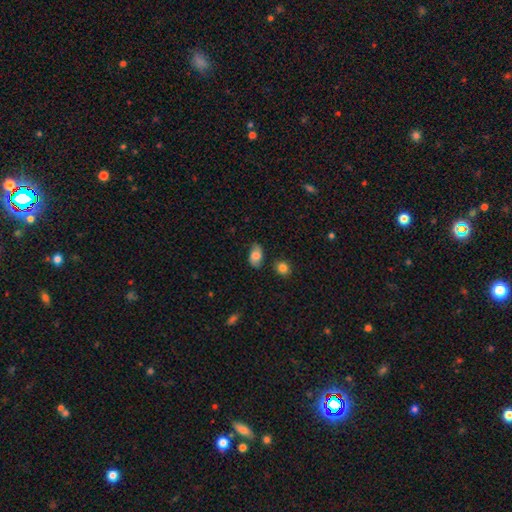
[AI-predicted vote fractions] This is likely a smooth galaxy (70%). How rounded: clearly in between (87%). Merging: likely none (70%).